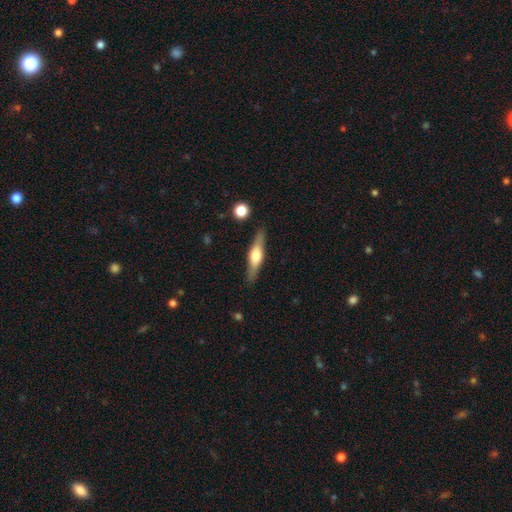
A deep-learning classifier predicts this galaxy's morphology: type=featured or disk (60%); edge-on=yes (94%); edge-on bulge=rounded (88%); merging=none (86%).